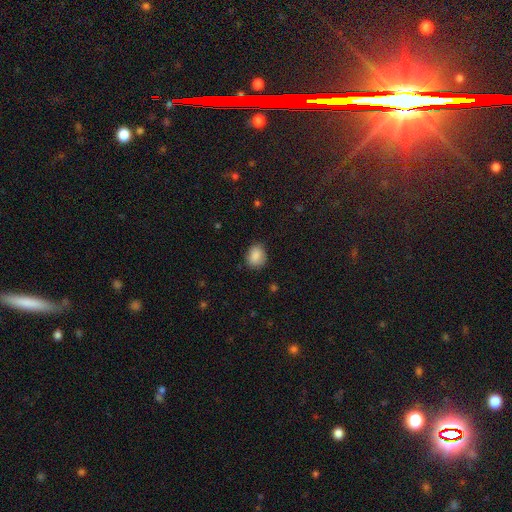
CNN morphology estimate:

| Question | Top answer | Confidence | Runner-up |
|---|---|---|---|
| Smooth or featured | smooth | 87% | star or artifact (8%) |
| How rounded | round | 57% | in between (42%) |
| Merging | none | 79% | minor disturbance (16%) |